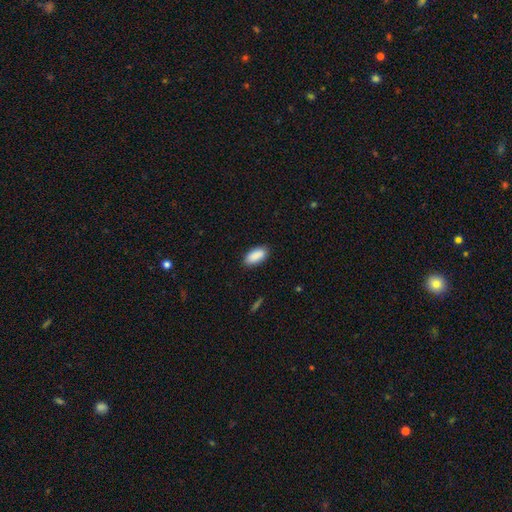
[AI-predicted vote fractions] Overall: smooth (90%). How rounded: in between (92%). Merging: none (87%).